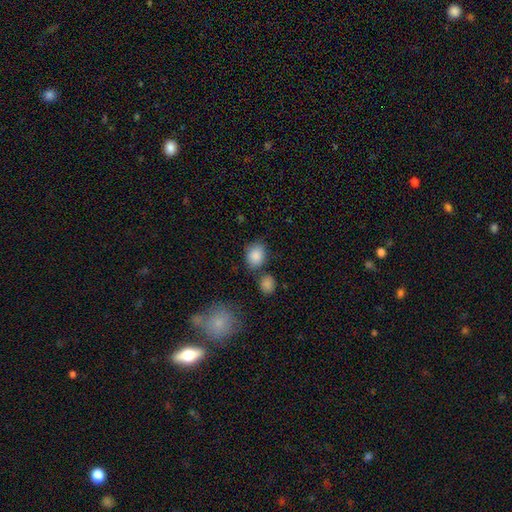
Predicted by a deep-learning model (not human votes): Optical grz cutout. It shows a smooth galaxy with no disk features (87%) that is in between round and cigar-shaped (50%). Merging: none (68%).